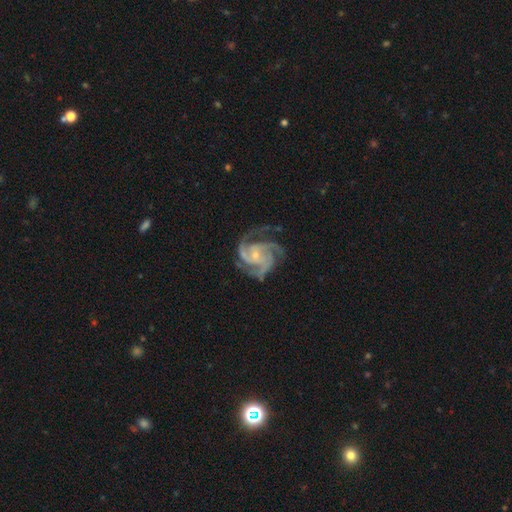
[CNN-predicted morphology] A featured or disk galaxy (92%) with no bar (66%), 3 (57%) medium (50%) spiral arms (99%) and a small central bulge (74%). Merging: none (71%).